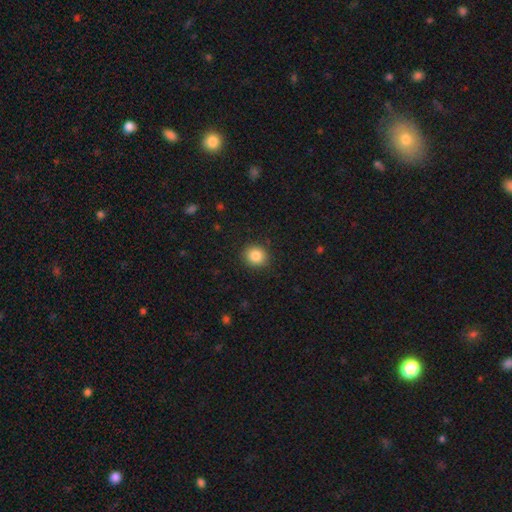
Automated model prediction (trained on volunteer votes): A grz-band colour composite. It shows a smooth galaxy with no disk features (85%) that is round (82%). Merging: none (90%).